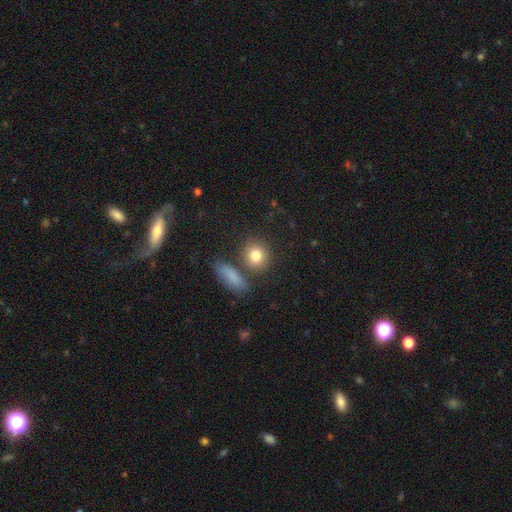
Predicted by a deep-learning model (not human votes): smooth 82%, star or artifact 9%, featured or disk 9%. Down the decision tree: how rounded — round (74%); merging — none (73%).